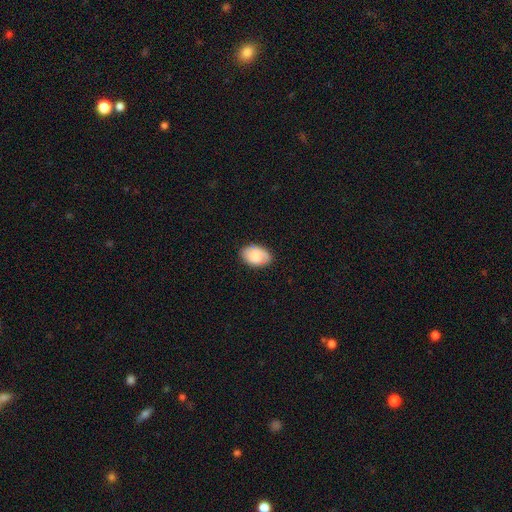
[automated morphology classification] smooth 74%, featured or disk 19%, star or artifact 7%. Down the decision tree: how rounded — in between (88%); merging — none (80%).